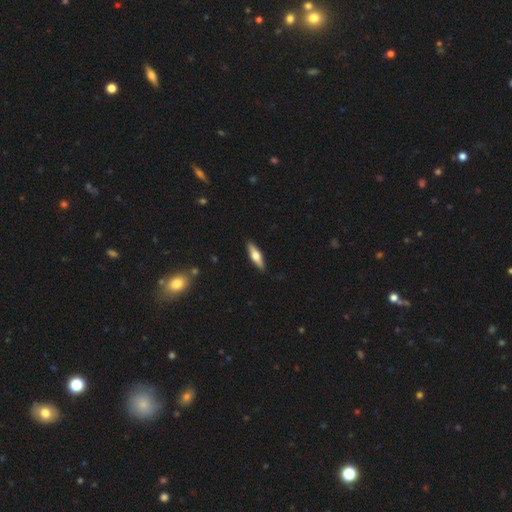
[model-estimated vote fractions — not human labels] Smooth or featured: smooth — 51% (featured or disk — 44%)
How rounded: cigar-shaped — 62% (in between — 36%)
Merging: none — 90% (minor disturbance — 7%)